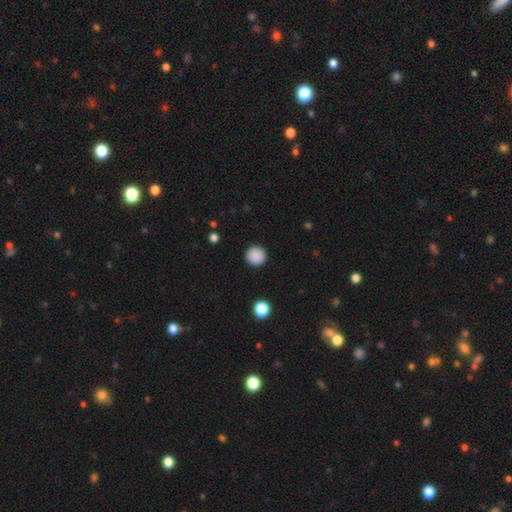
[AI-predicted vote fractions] smooth 89%, star or artifact 9%, featured or disk 2%. Down the decision tree: how rounded — round (95%); merging — none (93%).